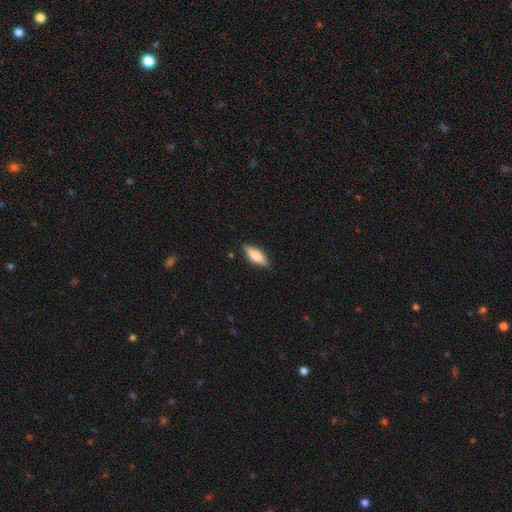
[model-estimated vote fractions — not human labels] Overall: smooth (74%). How rounded: in between (62%; cigar-shaped 36%). Merging: none (85%).